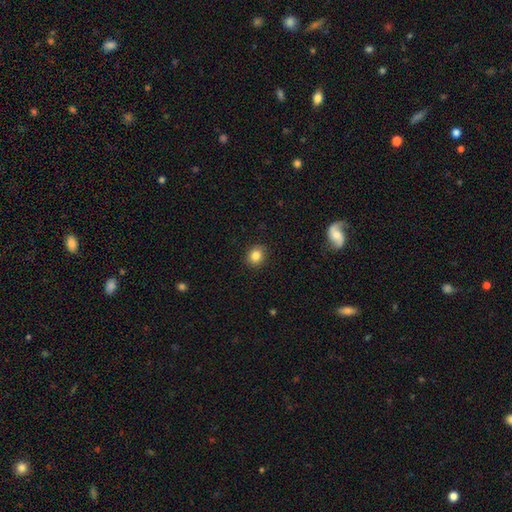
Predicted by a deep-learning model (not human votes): Smooth or featured? Predicted: smooth (p=0.85). How rounded? Predicted: round (p=0.71). Merging? Predicted: none (p=0.89).